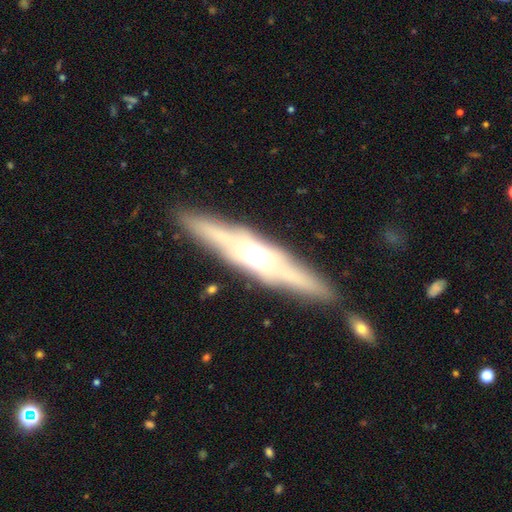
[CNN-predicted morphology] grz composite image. It shows a featured or disk galaxy (74%) viewed edge-on (92%) with a rounded central bulge (79%). Merging: none (85%).